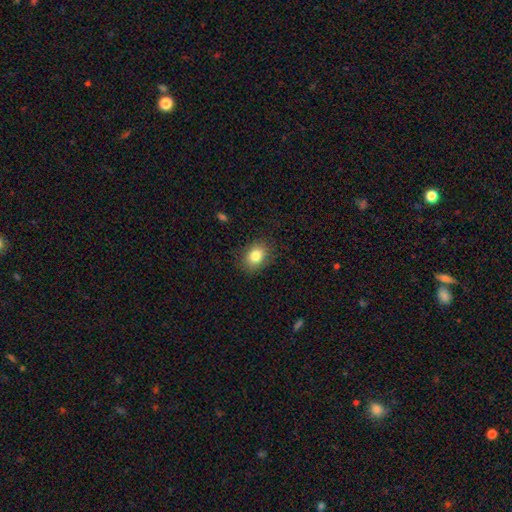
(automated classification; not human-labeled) Morphology: type=smooth (83%); roundness=in between (63%); merging=none (85%).